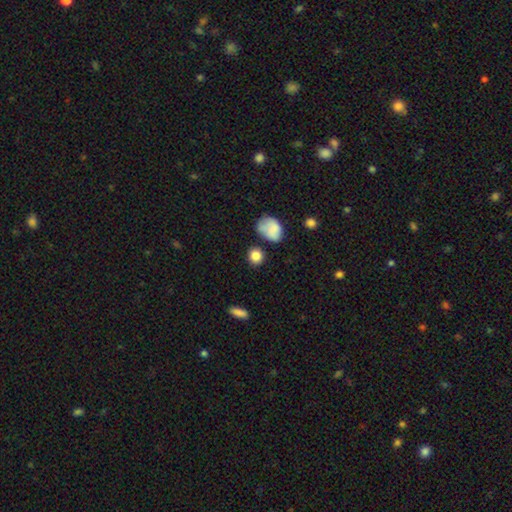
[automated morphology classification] smooth-or-featured: smooth: 85% | star or artifact: 10% | featured or disk: 6%
  how-rounded: round: 78% | in between: 20% | cigar-shaped: 1%
  merging: none: 77% | minor disturbance: 13% | merger: 6% | major disturbance: 4%